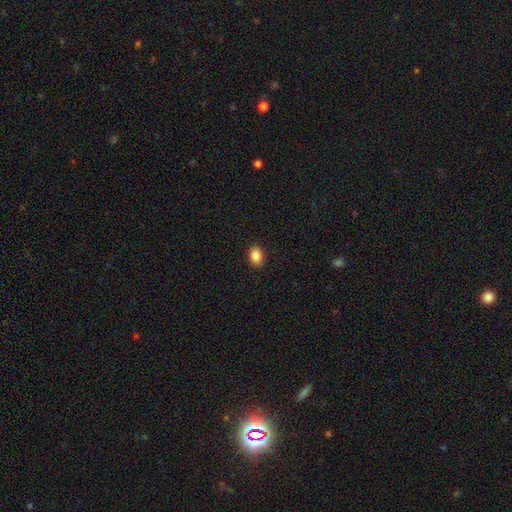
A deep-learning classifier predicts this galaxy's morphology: type=smooth (87%); roundness=in between (75%); merging=none (90%).